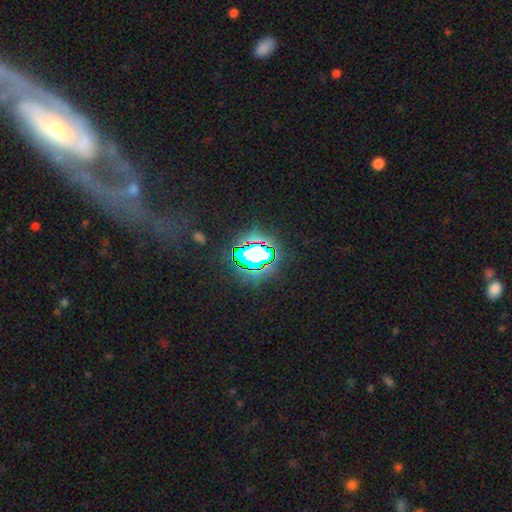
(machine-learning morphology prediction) star or artifact 70%, smooth 19%, featured or disk 10%.